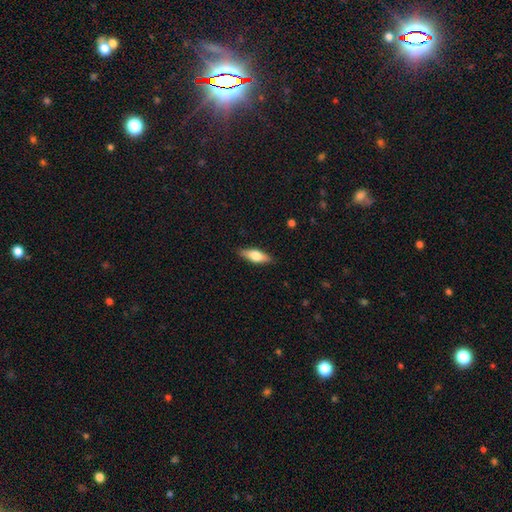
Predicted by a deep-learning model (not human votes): A smooth galaxy with no disk features (64%) that is in between round and cigar-shaped (60%). Merging: none (87%).